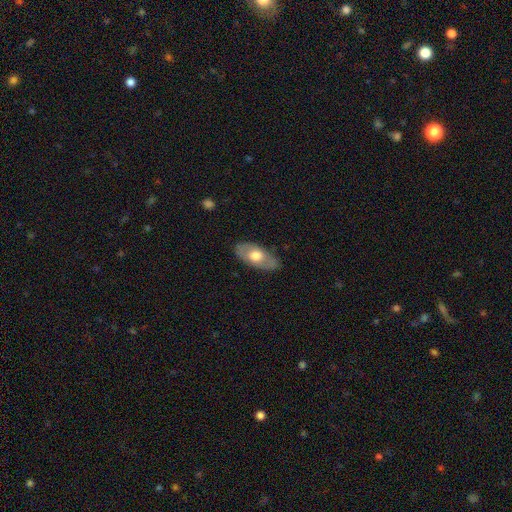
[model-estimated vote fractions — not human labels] smooth_or_featured: smooth (p=0.54) [alt: featured or disk p=0.41]
how_rounded: in between (p=0.89) [alt: cigar-shaped p=0.07]
merging: none (p=0.82) [alt: minor disturbance p=0.14]